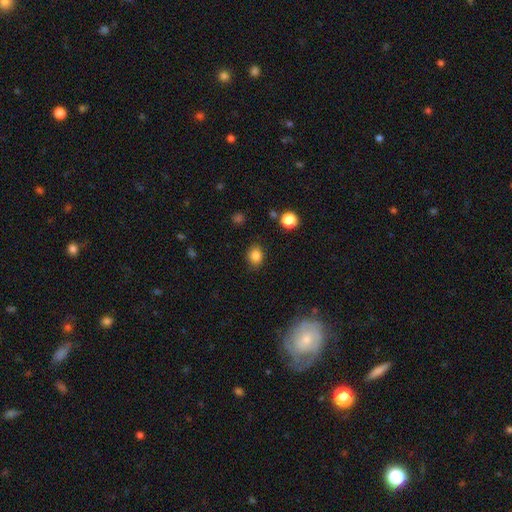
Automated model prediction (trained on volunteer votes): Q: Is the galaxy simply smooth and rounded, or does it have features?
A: smooth — 84%.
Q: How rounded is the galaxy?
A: round — 50%.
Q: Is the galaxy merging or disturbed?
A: none — 84%.